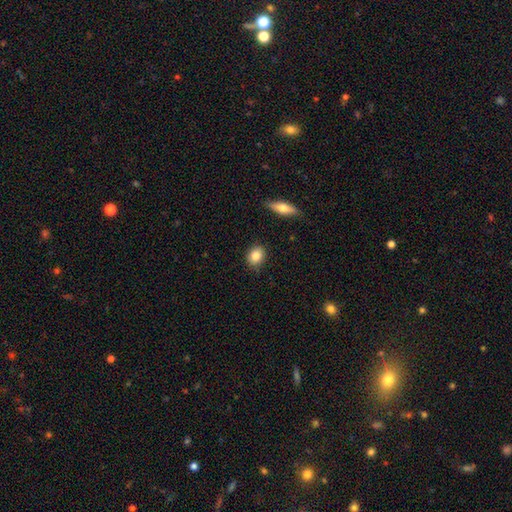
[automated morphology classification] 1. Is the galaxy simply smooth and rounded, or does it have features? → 84% smooth, 8% star or artifact, 8% featured or disk.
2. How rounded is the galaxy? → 56% round, 42% in between, 2% cigar-shaped.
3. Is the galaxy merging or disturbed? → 88% none, 8% minor disturbance, 2% major disturbance, 2% merger.